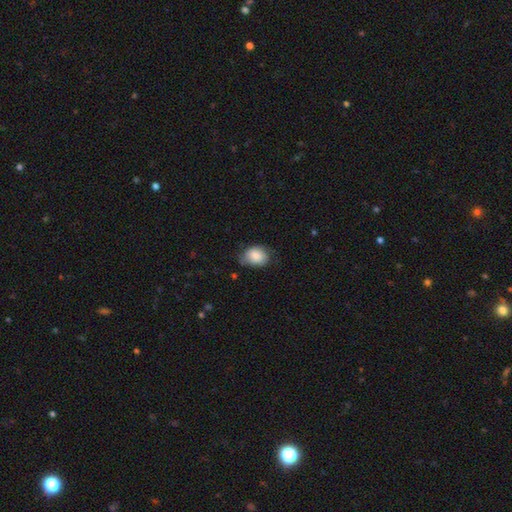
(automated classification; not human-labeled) Smooth or featured?
  - smooth: 83% *
  - featured or disk: 9%
  - star or artifact: 7%
How rounded?
  - in between: 61% *
  - round: 38%
  - cigar-shaped: 1%
Merging?
  - none: 62% *
  - minor disturbance: 30%
  - major disturbance: 6%
  - merger: 2%